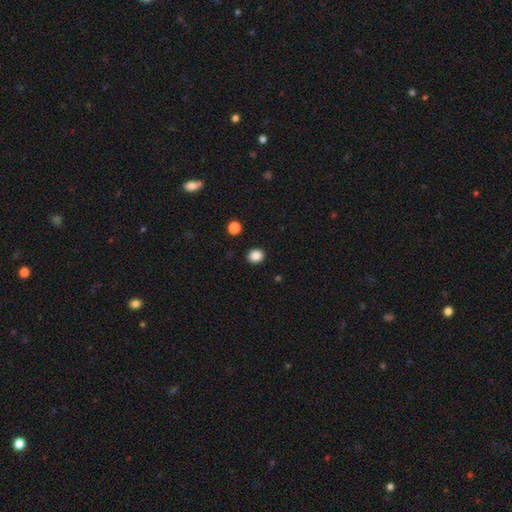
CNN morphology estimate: Q: Smooth or featured?
A: smooth (87%); runner-up: star or artifact (10%)
Q: How rounded?
A: round (70%); runner-up: in between (29%)
Q: Merging?
A: none (91%); runner-up: minor disturbance (6%)